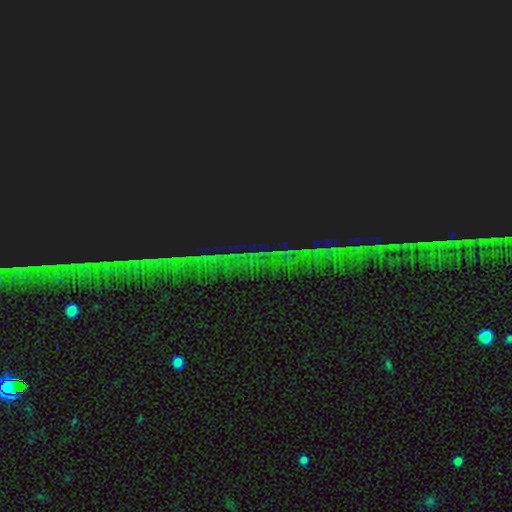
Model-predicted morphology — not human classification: Q: Smooth or featured?
A: star or artifact (85%); runner-up: featured or disk (8%)